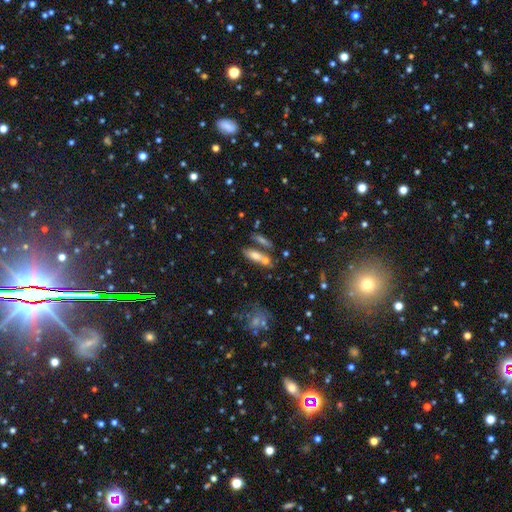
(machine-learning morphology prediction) Smooth or featured? Predicted: smooth (p=0.67). How rounded? Predicted: in between (p=0.49). Merging? Predicted: none (p=0.46).